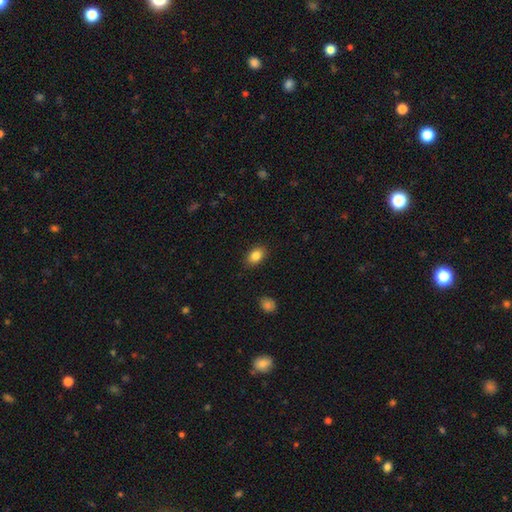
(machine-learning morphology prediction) This appears to be a smooth galaxy with no disk features (85%) that is in between round and cigar-shaped (82%). Merging: none (88%).